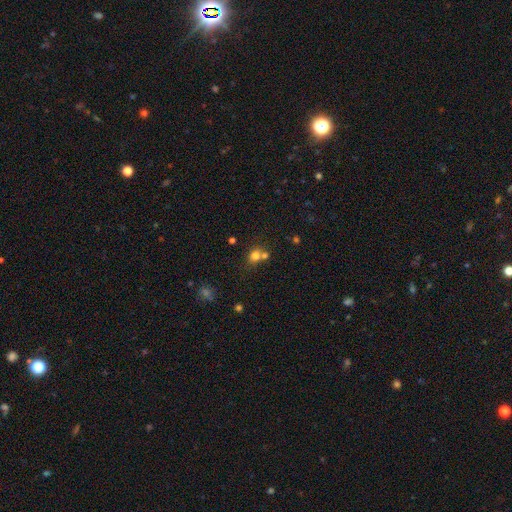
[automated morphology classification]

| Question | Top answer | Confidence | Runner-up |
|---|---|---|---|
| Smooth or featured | smooth | 75% | star or artifact (15%) |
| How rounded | round | 73% | in between (25%) |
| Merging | none | 45% | merger (42%) |